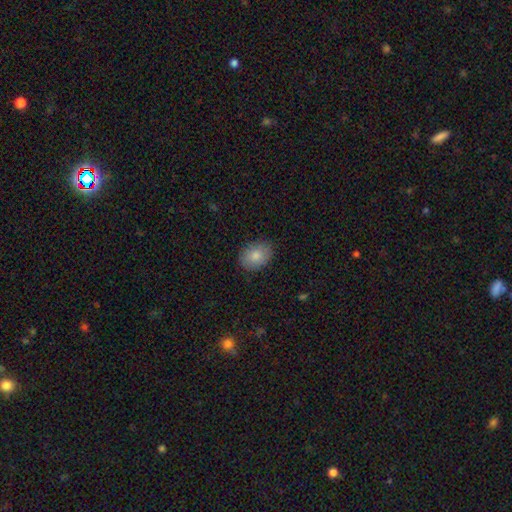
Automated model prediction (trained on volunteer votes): Smooth or featured: smooth — 84% (featured or disk — 9%)
How rounded: in between — 69% (round — 30%)
Merging: none — 85% (minor disturbance — 11%)